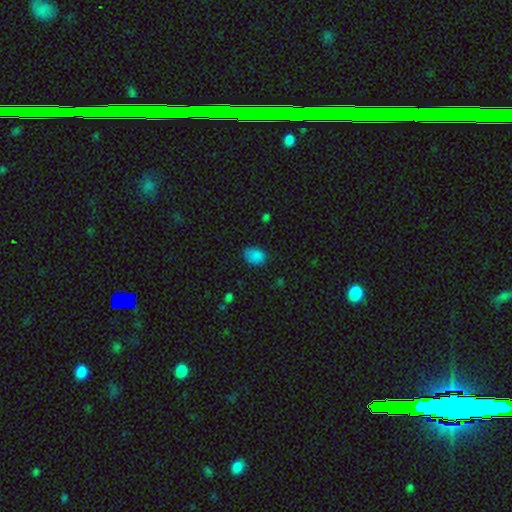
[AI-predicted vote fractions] Smooth or featured?
  - smooth: 84% *
  - star or artifact: 12%
  - featured or disk: 4%
How rounded?
  - in between: 71% *
  - round: 28%
  - cigar-shaped: 1%
Merging?
  - none: 76% *
  - minor disturbance: 19%
  - major disturbance: 4%
  - merger: 1%